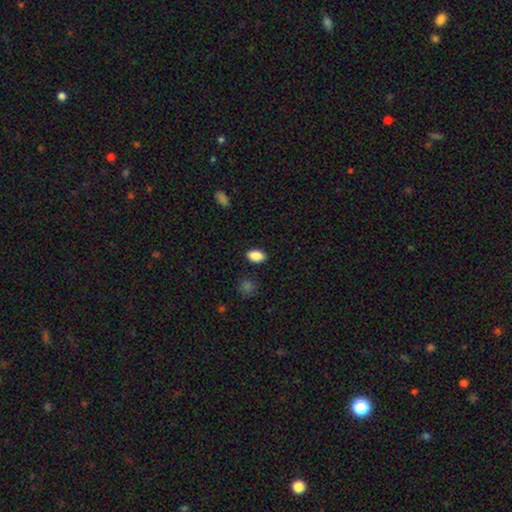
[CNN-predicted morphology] Smooth or featured? Predicted: smooth (p=0.88). How rounded? Predicted: in between (p=0.90). Merging? Predicted: none (p=0.88).